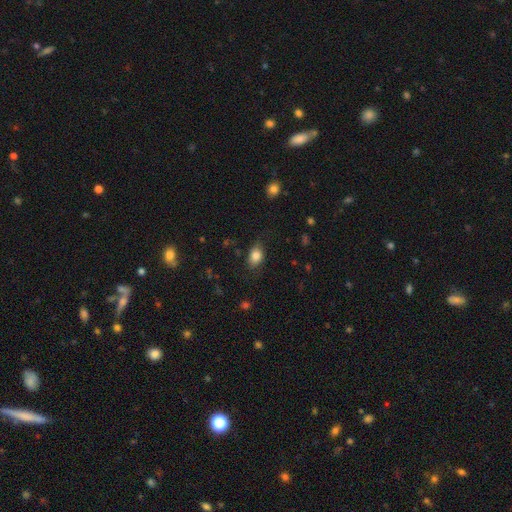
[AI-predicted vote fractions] This appears to be a smooth galaxy with no disk features (84%) that is in between round and cigar-shaped (79%). Merging: none (75%).